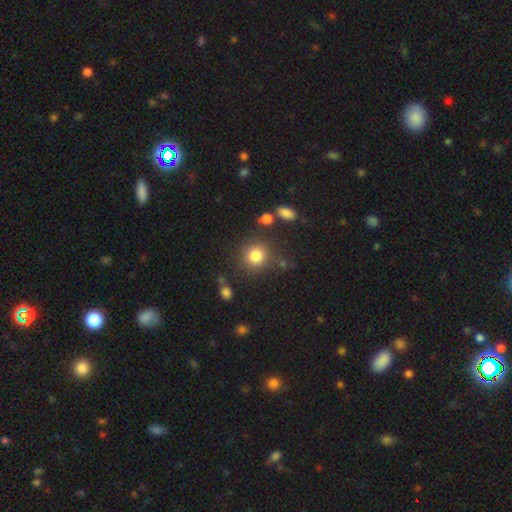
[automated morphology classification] Smooth or featured? Predicted: smooth (p=0.82). How rounded? Predicted: round (p=0.88). Merging? Predicted: none (p=0.81).